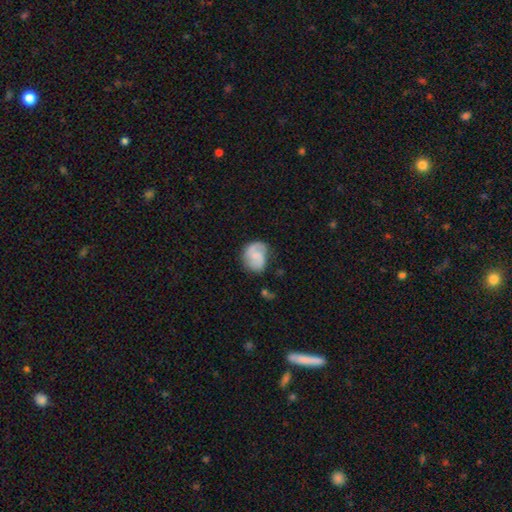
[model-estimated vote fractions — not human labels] Overall: featured or disk (58%; smooth 35%). Edge-on disk: no (98%). Bar: no (61%; weak 34%). Spiral arms: yes (90%). Spiral arm count: 2 (67%). Spiral winding: medium (45%; tight 30%). Bulge size: small (45%; none 32%). Merging: none (60%; minor disturbance 26%).